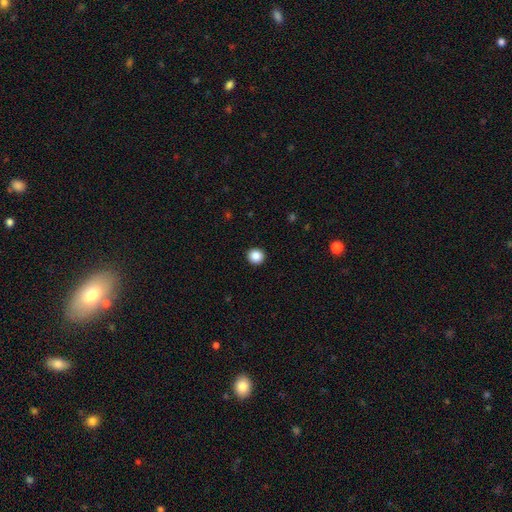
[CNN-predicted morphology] This is clearly a smooth galaxy (88%). How rounded: clearly round (93%). Merging: clearly none (93%).